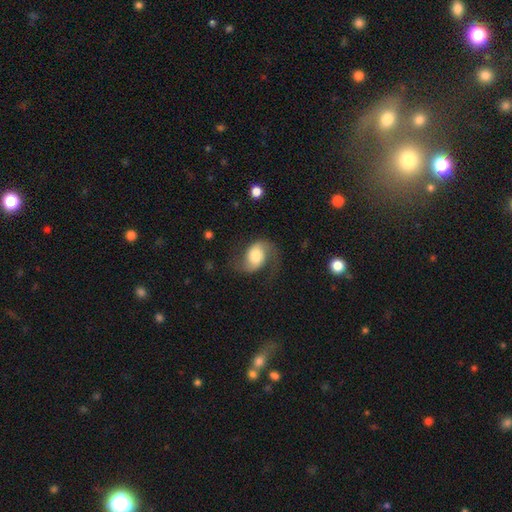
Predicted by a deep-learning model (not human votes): featured or disk 69%, smooth 24%, star or artifact 7%. Down the decision tree: edge-on disk — no (97%); bar — no (56%); spiral arms — yes (94%); spiral arm count — 2 (86%); spiral winding — loose (56%); bulge size — moderate (50%); merging — none (59%).